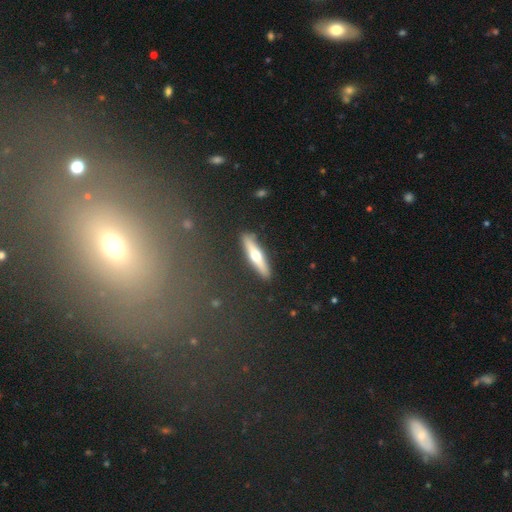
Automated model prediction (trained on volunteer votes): featured or disk 53%, smooth 42%, star or artifact 5%. Down the decision tree: edge-on disk — yes (91%); merging — none (89%).